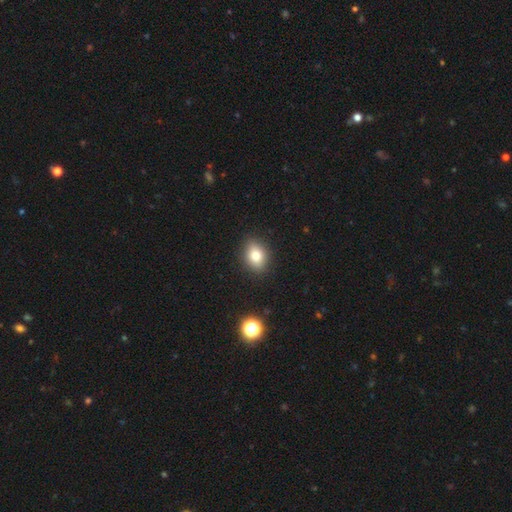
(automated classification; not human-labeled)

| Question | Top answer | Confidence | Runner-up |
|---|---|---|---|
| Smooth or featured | smooth | 78% | star or artifact (12%) |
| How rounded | in between | 57% | round (42%) |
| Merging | none | 87% | minor disturbance (10%) |